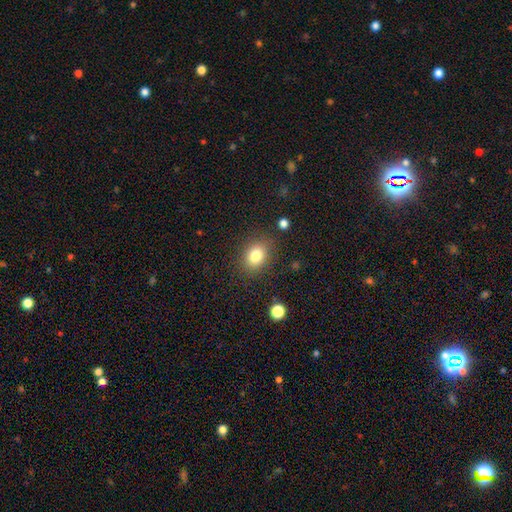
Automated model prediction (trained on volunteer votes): Q: Smooth or featured?
A: smooth (81%); runner-up: star or artifact (10%)
Q: How rounded?
A: in between (61%); runner-up: round (38%)
Q: Merging?
A: none (84%); runner-up: minor disturbance (11%)